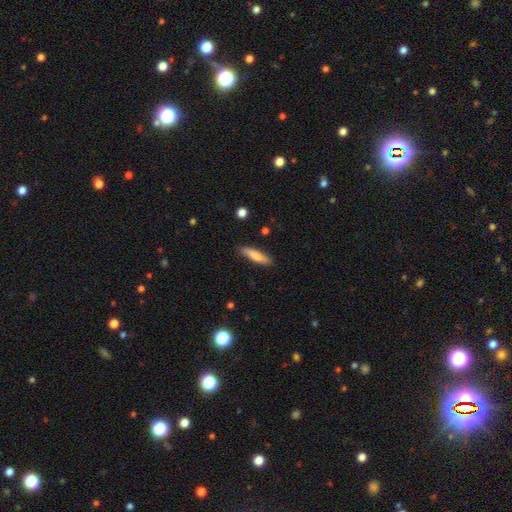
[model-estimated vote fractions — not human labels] smooth 78%, featured or disk 16%, star or artifact 6%. Down the decision tree: how rounded — cigar-shaped (79%); merging — none (86%).